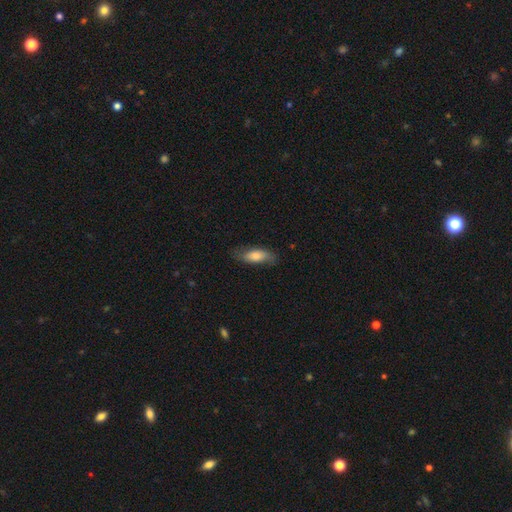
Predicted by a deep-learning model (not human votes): Morphology: type=smooth (69%); roundness=in between (71%); merging=none (71%).